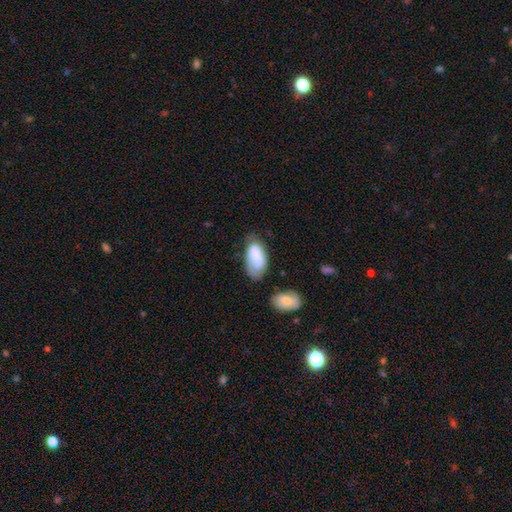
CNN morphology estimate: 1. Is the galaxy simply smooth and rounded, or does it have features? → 77% smooth, 16% featured or disk, 7% star or artifact.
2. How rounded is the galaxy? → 94% in between, 3% cigar-shaped, 3% round.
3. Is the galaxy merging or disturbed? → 45% none, 33% minor disturbance, 14% major disturbance, 8% merger.